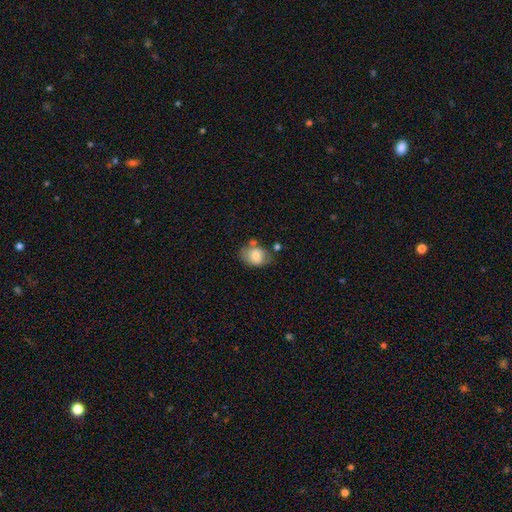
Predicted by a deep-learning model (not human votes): Morphology: type=smooth (77%); roundness=in between (71%); merging=none (56%).